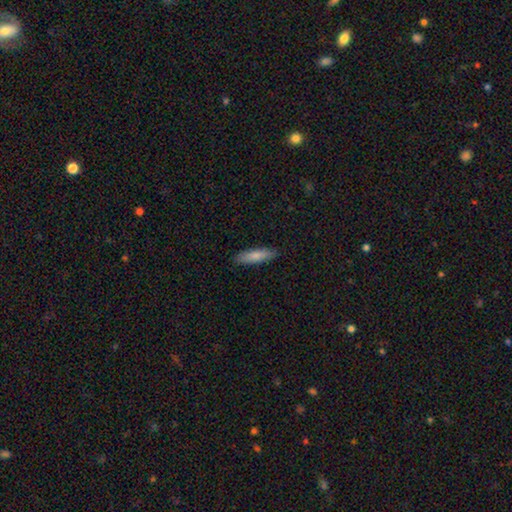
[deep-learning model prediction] A smooth galaxy with no disk features (81%) that is cigar-shaped (67%). Merging: none (88%).